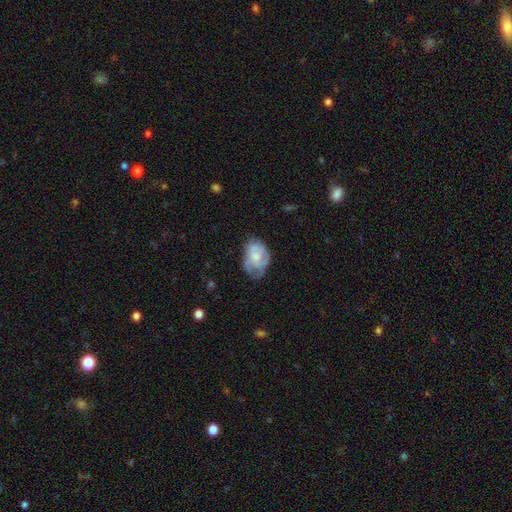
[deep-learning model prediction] smooth 48%, featured or disk 45%, star or artifact 8%. Down the decision tree: merging — none (44%).